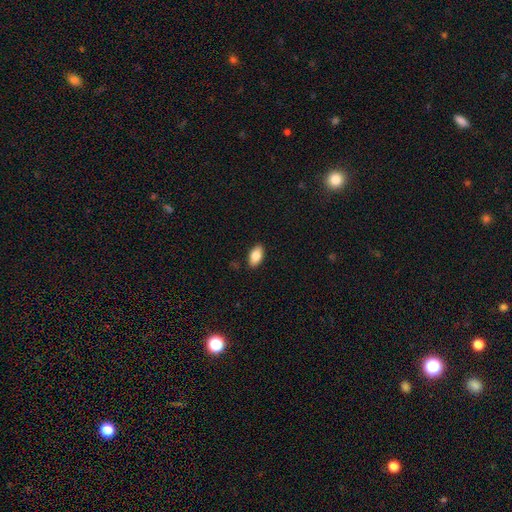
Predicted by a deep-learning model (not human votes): smooth_or_featured: smooth (p=0.84) [alt: featured or disk p=0.08]
how_rounded: in between (p=0.93) [alt: round p=0.04]
merging: none (p=0.89) [alt: minor disturbance p=0.09]